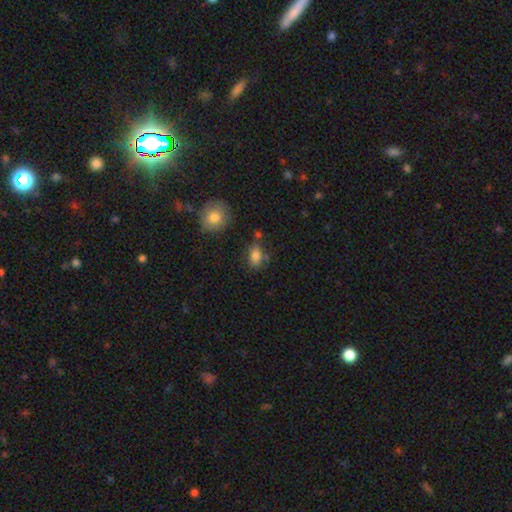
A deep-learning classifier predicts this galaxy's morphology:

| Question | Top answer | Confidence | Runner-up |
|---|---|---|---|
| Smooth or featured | smooth | 80% | star or artifact (11%) |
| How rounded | in between | 78% | round (19%) |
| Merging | none | 66% | minor disturbance (19%) |